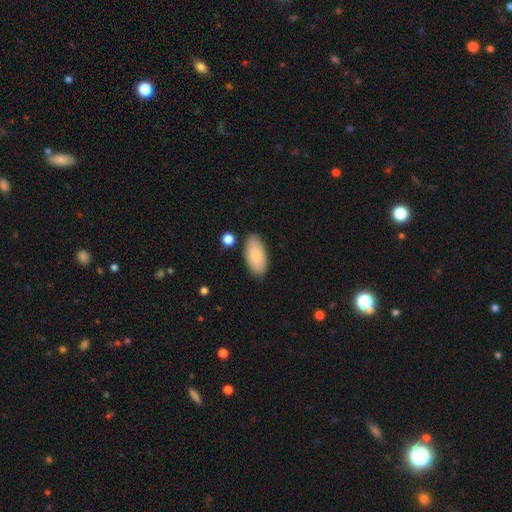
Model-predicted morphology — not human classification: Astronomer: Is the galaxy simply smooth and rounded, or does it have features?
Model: smooth — 78%.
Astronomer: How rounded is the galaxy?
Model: in between — 93%.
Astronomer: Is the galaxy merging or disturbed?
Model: none — 82%.